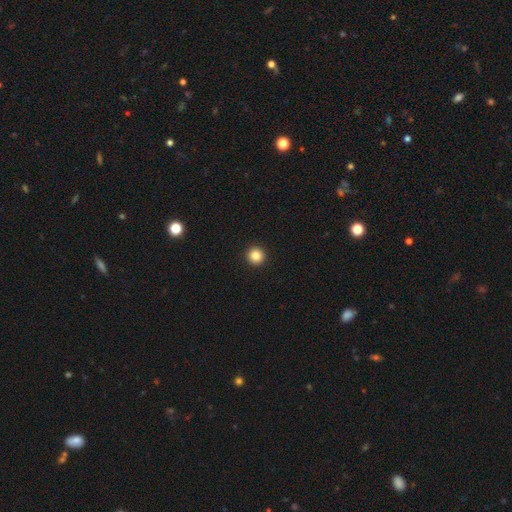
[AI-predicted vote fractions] This appears to be a smooth galaxy with no disk features (85%) that is round (96%). Merging: none (94%).